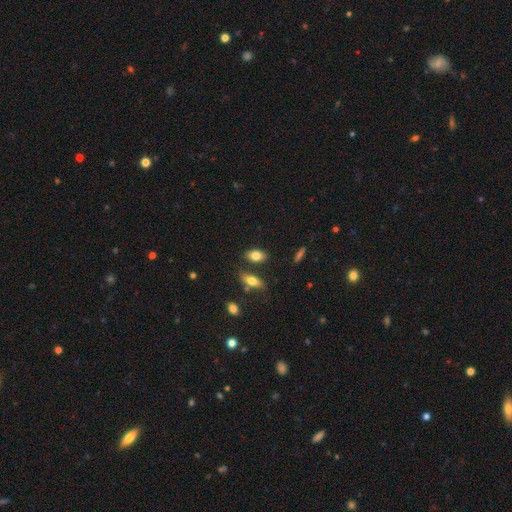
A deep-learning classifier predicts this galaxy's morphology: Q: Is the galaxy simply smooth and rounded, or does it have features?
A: smooth — 80%.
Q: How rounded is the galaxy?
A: in between — 88%.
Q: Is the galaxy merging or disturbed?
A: none — 74%.